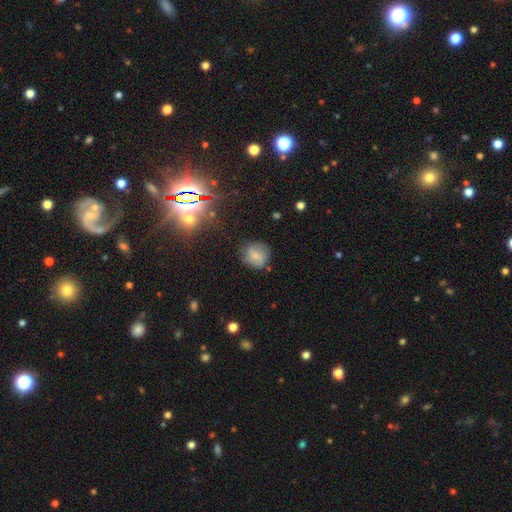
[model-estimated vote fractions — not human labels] Smooth or featured? Predicted: smooth (p=0.62). How rounded? Predicted: round (p=0.83). Merging? Predicted: none (p=0.75).